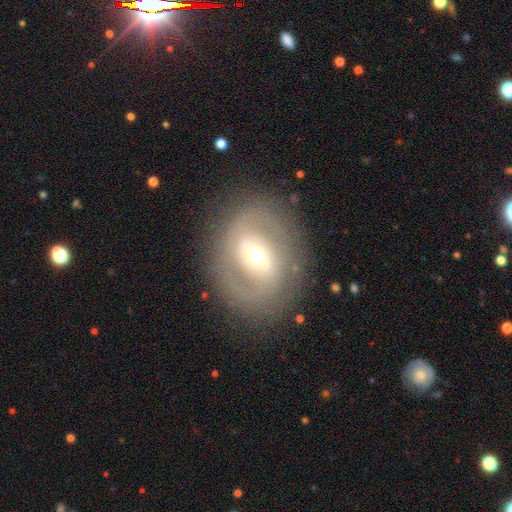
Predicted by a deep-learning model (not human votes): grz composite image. It shows a featured or disk galaxy (72%) with a weak bar (42%), spiral arms (62%) and a moderate central bulge (56%). Merging: none (80%).